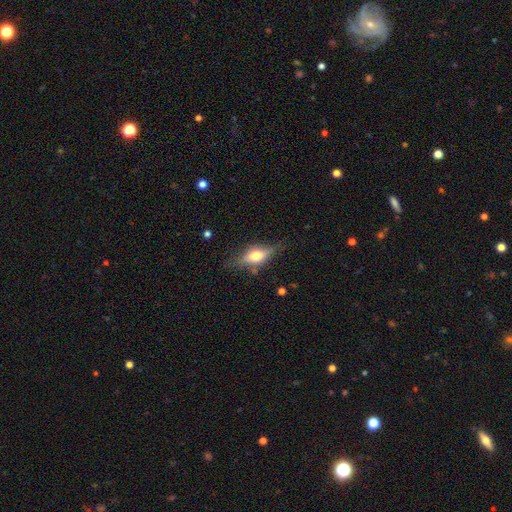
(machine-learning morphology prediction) A smooth galaxy with no disk features (52%) that is in between round and cigar-shaped (72%).

Vote fractions:
- Smooth or featured? smooth: 52% / featured or disk: 41% / star or artifact: 8%
- How rounded? in between: 72% / cigar-shaped: 22% / round: 6%
- Merging? none: 71% / minor disturbance: 21% / major disturbance: 6% / merger: 2%